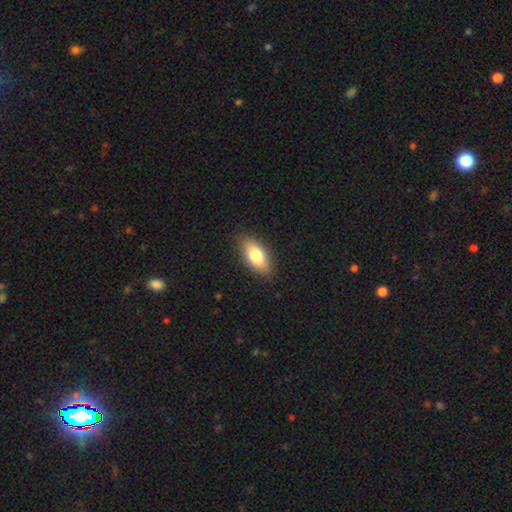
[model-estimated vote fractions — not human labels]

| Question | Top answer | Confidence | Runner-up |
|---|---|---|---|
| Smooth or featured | smooth | 76% | featured or disk (17%) |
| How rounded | in between | 87% | cigar-shaped (9%) |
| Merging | none | 86% | minor disturbance (10%) |